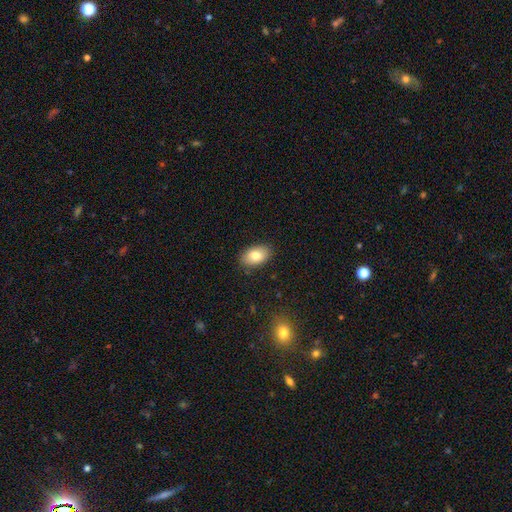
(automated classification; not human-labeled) This is likely a smooth galaxy (79%). How rounded: clearly in between (91%). Merging: clearly none (87%).